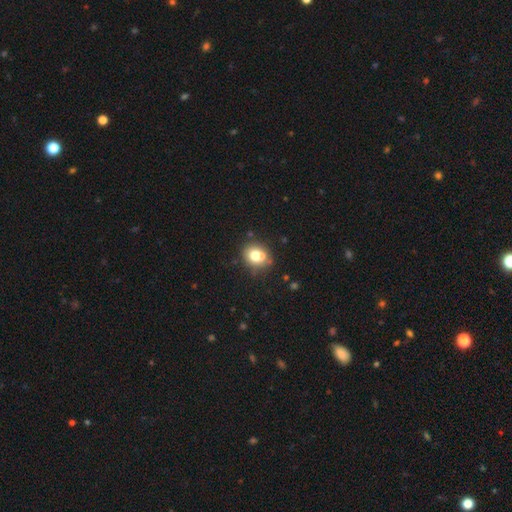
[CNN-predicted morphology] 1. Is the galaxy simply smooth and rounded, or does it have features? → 73% smooth, 16% featured or disk, 11% star or artifact.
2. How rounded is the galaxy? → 63% round, 36% in between, 1% cigar-shaped.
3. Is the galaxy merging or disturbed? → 58% none, 23% merger, 14% minor disturbance, 5% major disturbance.